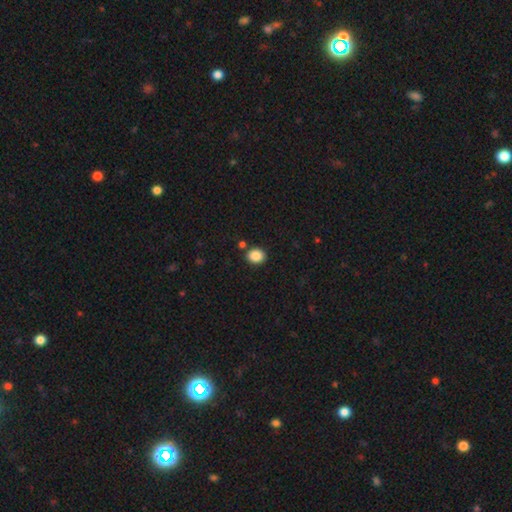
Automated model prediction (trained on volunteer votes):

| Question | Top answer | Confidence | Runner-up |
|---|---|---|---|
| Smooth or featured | smooth | 87% | star or artifact (9%) |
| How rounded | round | 59% | in between (40%) |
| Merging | none | 85% | minor disturbance (8%) |